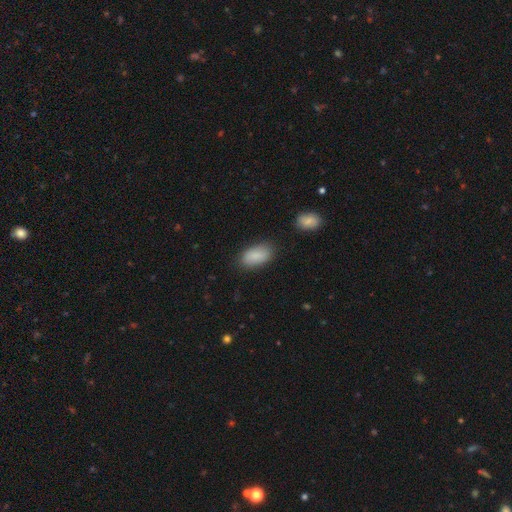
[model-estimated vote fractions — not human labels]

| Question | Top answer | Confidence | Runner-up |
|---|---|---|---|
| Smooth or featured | smooth | 88% | star or artifact (7%) |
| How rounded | in between | 93% | round (4%) |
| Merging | none | 80% | minor disturbance (14%) |